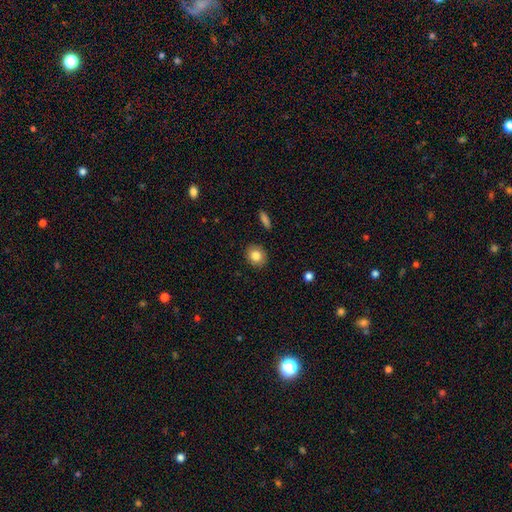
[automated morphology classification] smooth_or_featured: smooth (p=0.83) [alt: star or artifact p=0.09]
how_rounded: round (p=0.70) [alt: in between p=0.29]
merging: none (p=0.90) [alt: minor disturbance p=0.07]